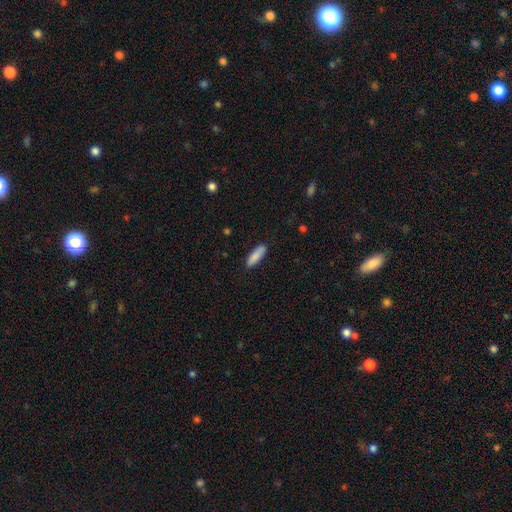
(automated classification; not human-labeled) Overall: smooth (88%). How rounded: in between (53%; cigar-shaped 46%). Merging: none (87%).